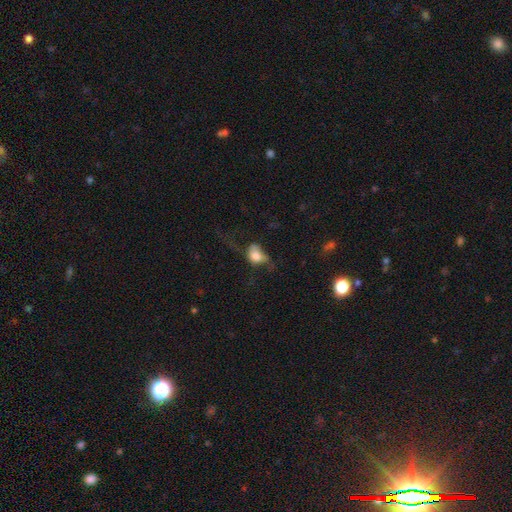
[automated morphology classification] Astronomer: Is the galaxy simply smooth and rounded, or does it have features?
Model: smooth — 63%.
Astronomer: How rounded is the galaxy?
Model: in between — 67%.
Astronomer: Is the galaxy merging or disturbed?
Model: major disturbance — 49% (runner-up: none, 27%).